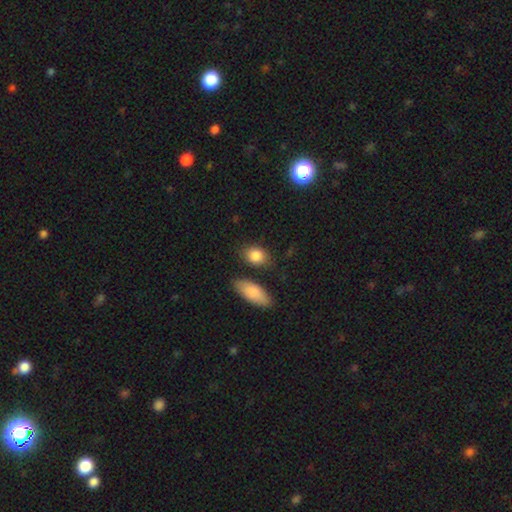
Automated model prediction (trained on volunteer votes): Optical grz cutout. It shows a smooth galaxy with no disk features (86%) that is in between round and cigar-shaped (68%). Merging: none (75%).